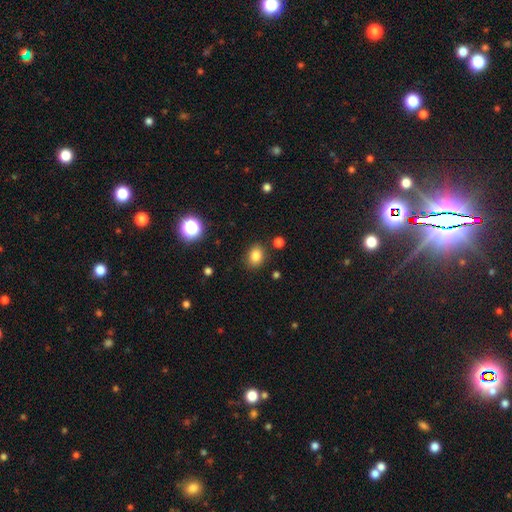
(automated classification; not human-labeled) This is clearly a smooth galaxy (82%). How rounded: possibly in between (59%). Merging: clearly none (85%).